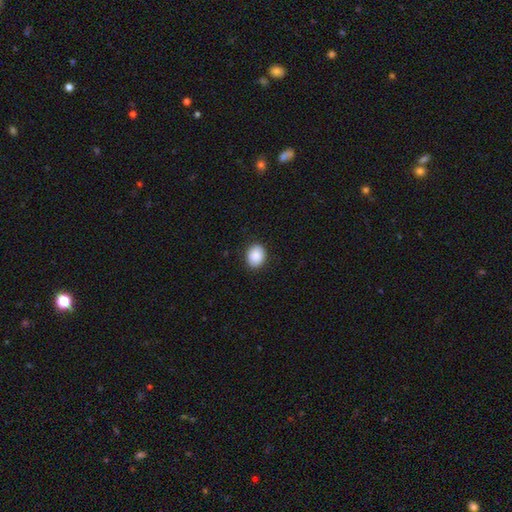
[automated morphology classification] This appears to be a smooth galaxy with no disk features (89%) that is round (58%). Merging: none (90%).